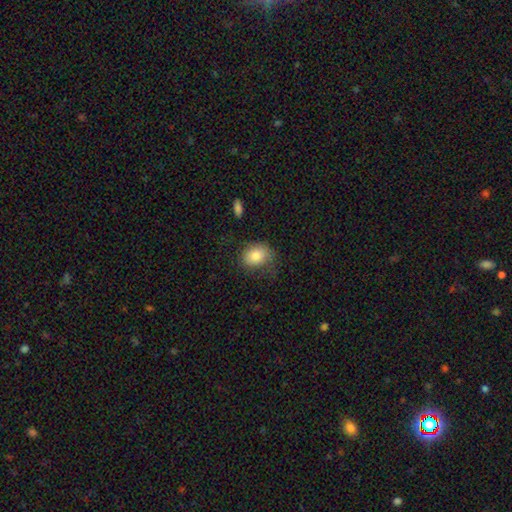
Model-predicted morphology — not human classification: Smooth or featured? Predicted: smooth (p=0.82). How rounded? Predicted: in between (p=0.59). Merging? Predicted: none (p=0.64).